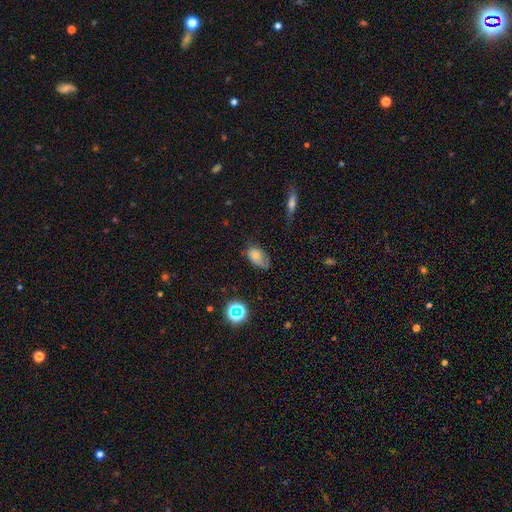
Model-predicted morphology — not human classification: smooth-or-featured: smooth: 70% | featured or disk: 18% | star or artifact: 12%
  how-rounded: in between: 88% | round: 10% | cigar-shaped: 2%
  merging: none: 43% | minor disturbance: 39% | major disturbance: 16% | merger: 2%